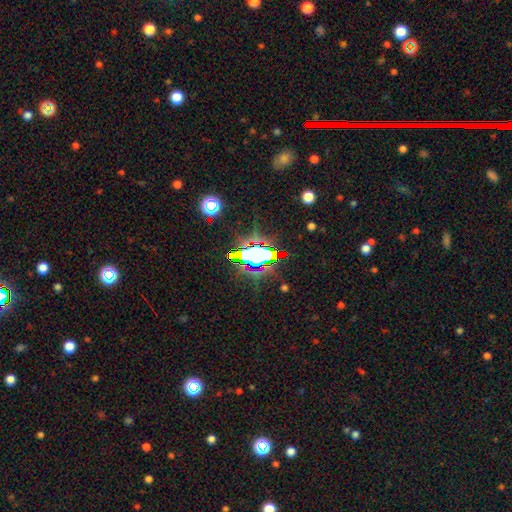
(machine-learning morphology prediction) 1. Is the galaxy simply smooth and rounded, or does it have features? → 62% star or artifact, 22% smooth, 16% featured or disk.